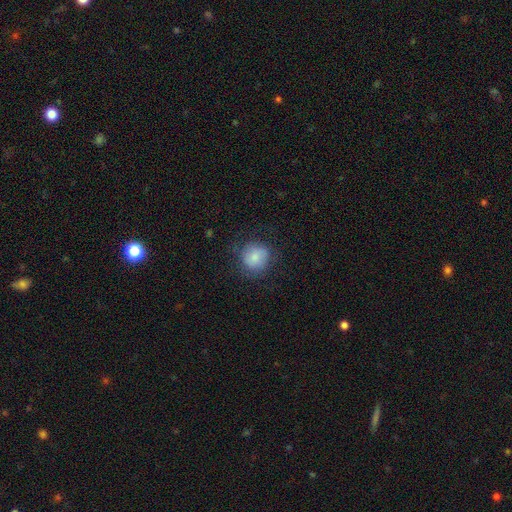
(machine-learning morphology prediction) smooth_or_featured: smooth (p=0.74) [alt: featured or disk p=0.16]
how_rounded: round (p=0.86) [alt: in between p=0.13]
merging: none (p=0.75) [alt: minor disturbance p=0.16]